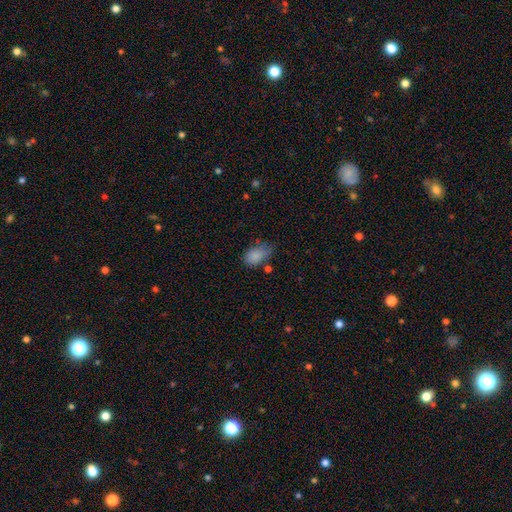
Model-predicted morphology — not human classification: Smooth or featured? Predicted: smooth (p=0.83). How rounded? Predicted: in between (p=0.88). Merging? Predicted: none (p=0.45).